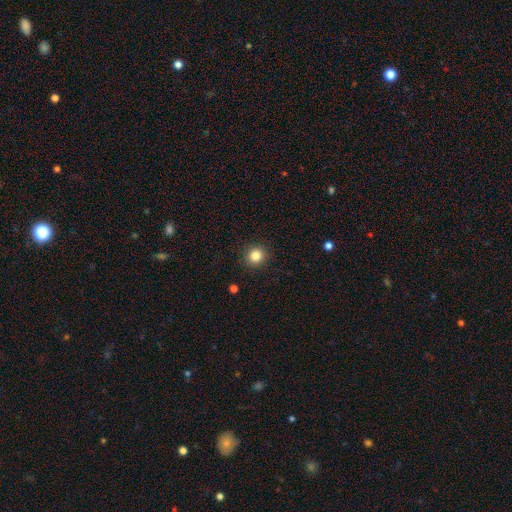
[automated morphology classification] smooth 84%, star or artifact 11%, featured or disk 5%. Down the decision tree: how rounded — round (88%); merging — none (91%).